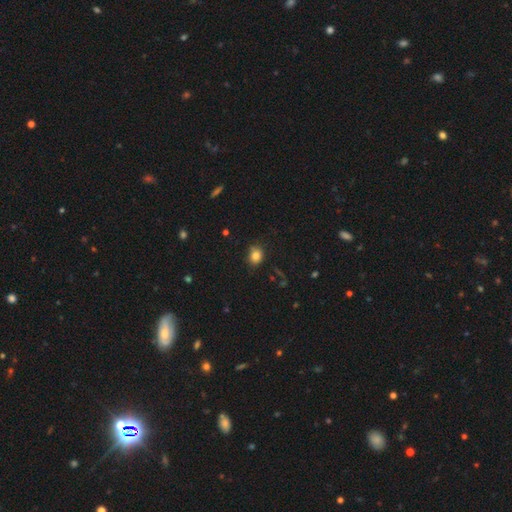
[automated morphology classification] Smooth or featured: smooth — 81% (star or artifact — 11%)
How rounded: round — 56% (in between — 42%)
Merging: none — 78% (minor disturbance — 17%)